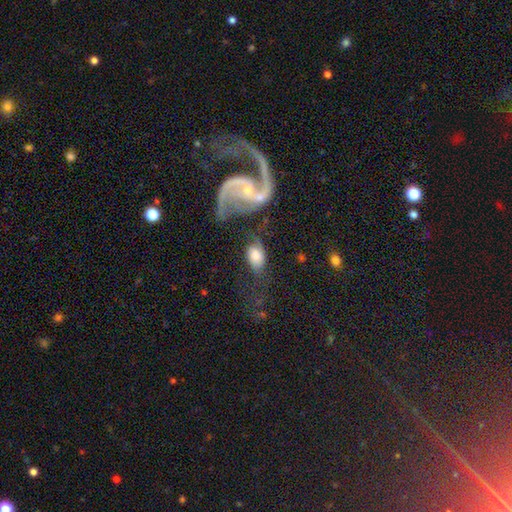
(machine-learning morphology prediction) This appears to be a smooth galaxy with no disk features (60%) that is in between round and cigar-shaped (87%). Merging: none (40%).